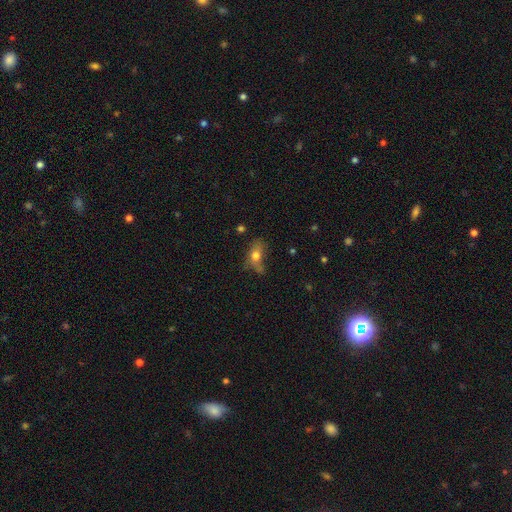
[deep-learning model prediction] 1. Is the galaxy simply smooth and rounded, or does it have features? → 67% smooth, 22% featured or disk, 11% star or artifact.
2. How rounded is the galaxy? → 75% in between, 19% round, 7% cigar-shaped.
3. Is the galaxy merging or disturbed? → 38% none, 31% minor disturbance, 24% major disturbance, 6% merger.